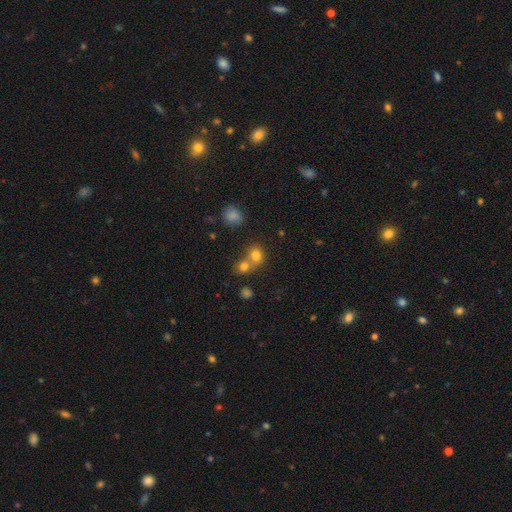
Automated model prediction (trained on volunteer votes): Overall: smooth (77%). How rounded: round (69%; in between 30%). Merging: merger (51%; none 39%).